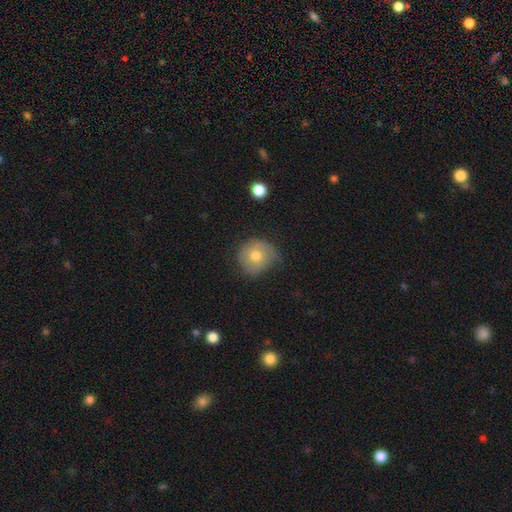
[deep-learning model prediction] The model was most divided on "merging": none: 55%, minor disturbance: 33%, major disturbance: 10%, merger: 2%. More confident: how rounded — round (87%); smooth or featured — smooth (70%).